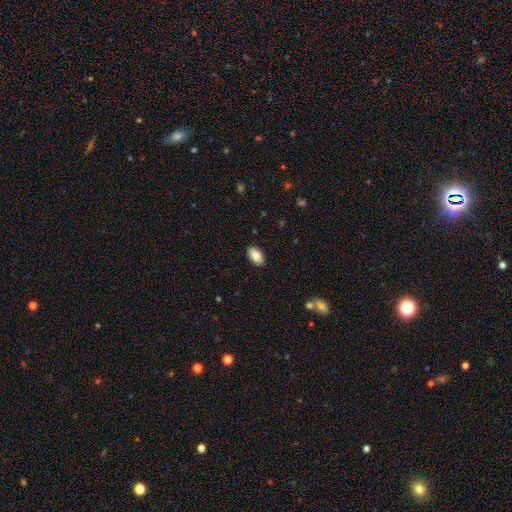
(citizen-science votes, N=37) Smooth or featured: smooth — 92% (star or artifact — 5%)
How rounded: in between — 88% (round — 9%)
Merging: none — 80% (minor disturbance — 17%)